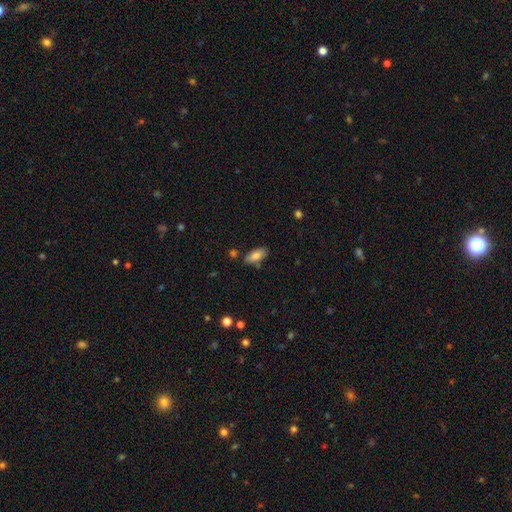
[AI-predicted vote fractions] This is likely a smooth galaxy (78%). How rounded: clearly in between (81%). Merging: likely none (76%).